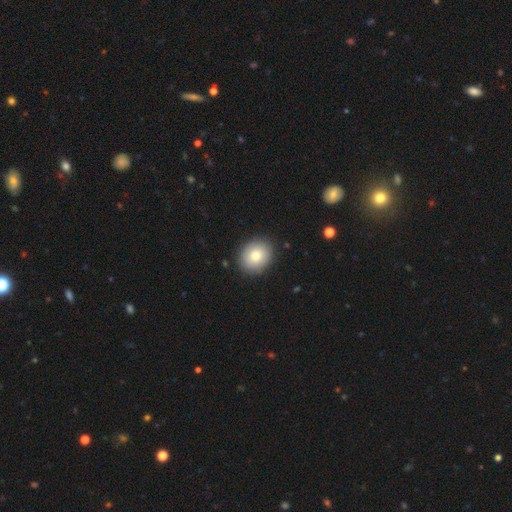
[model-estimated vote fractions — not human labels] smooth_or_featured: smooth (p=0.80) [alt: featured or disk p=0.12]
how_rounded: round (p=0.66) [alt: in between p=0.33]
merging: none (p=0.89) [alt: minor disturbance p=0.08]